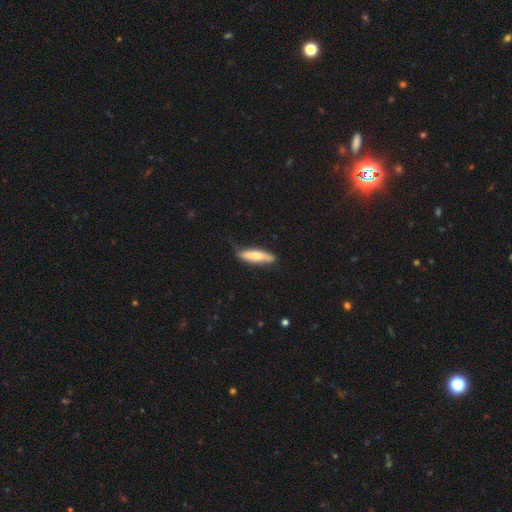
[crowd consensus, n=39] Overall: smooth (64%; featured or disk 28%). How rounded: cigar-shaped (68%; in between 32%). Merging: none (75%).